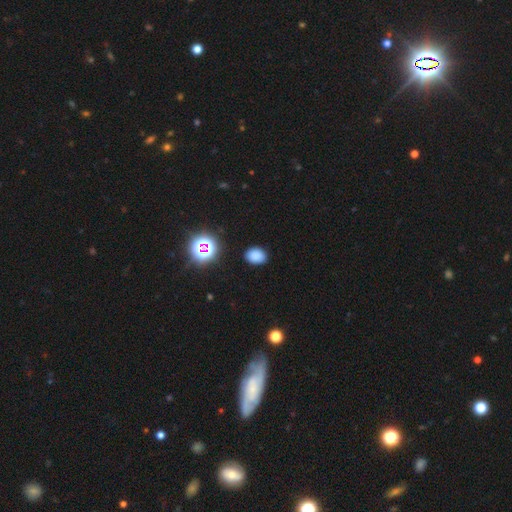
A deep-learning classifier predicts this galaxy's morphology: This is clearly a smooth galaxy (81%). How rounded: likely in between (71%). Merging: clearly none (87%).